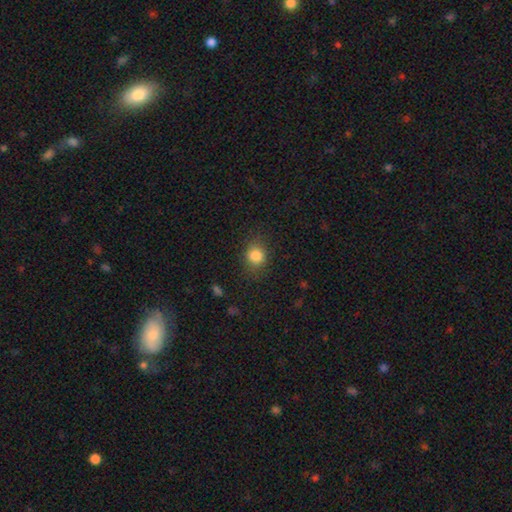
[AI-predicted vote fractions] Smooth or featured? smooth (84%)
How rounded? round (73%)
Merging? none (81%)